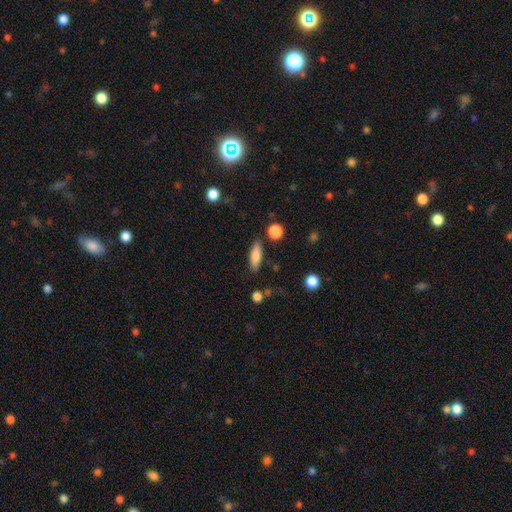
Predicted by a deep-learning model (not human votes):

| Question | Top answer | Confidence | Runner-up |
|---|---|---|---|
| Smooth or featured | smooth | 78% | featured or disk (15%) |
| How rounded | cigar-shaped | 49% | in between (48%) |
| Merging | none | 85% | minor disturbance (10%) |